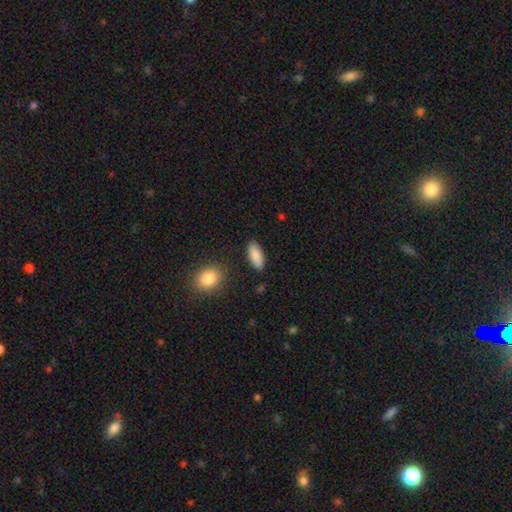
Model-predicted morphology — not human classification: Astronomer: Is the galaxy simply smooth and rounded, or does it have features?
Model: smooth — 89%.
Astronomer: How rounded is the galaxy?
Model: in between — 85%.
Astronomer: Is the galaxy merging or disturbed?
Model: none — 86%.